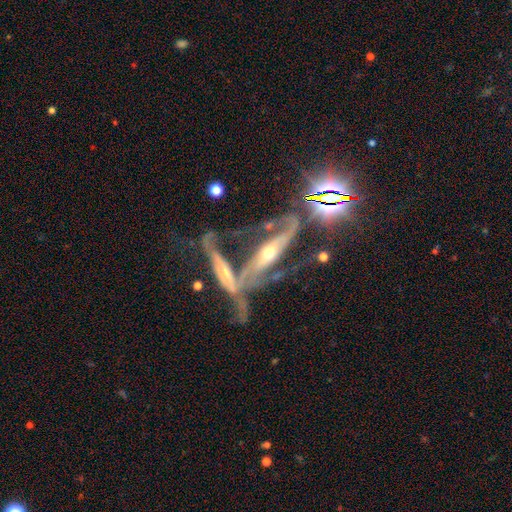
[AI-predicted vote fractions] This appears to be a featured or disk galaxy (81%) with no bar (46%), spiral arms (84%) and a moderate central bulge (54%). Merging: merger (53%).